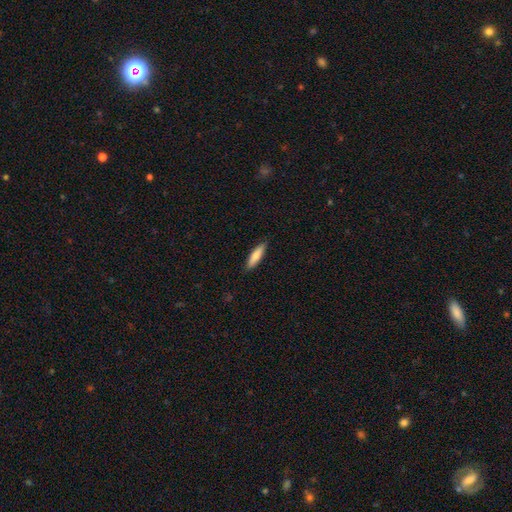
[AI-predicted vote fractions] smooth 80%, featured or disk 14%, star or artifact 5%. Down the decision tree: how rounded — cigar-shaped (70%); merging — none (88%).